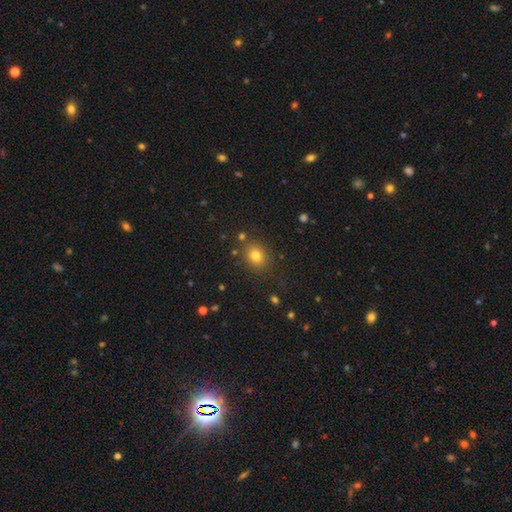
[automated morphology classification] smooth_or_featured: smooth (p=0.78) [alt: star or artifact p=0.14]
how_rounded: round (p=0.61) [alt: in between p=0.38]
merging: none (p=0.83) [alt: minor disturbance p=0.10]